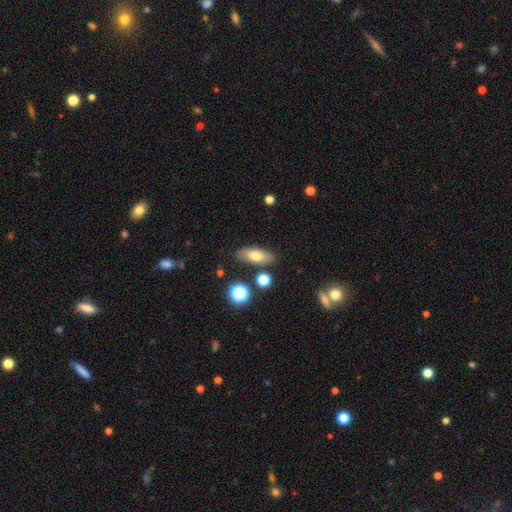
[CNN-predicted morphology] This is likely a smooth galaxy (70%). How rounded: likely in between (70%). Merging: clearly none (81%).